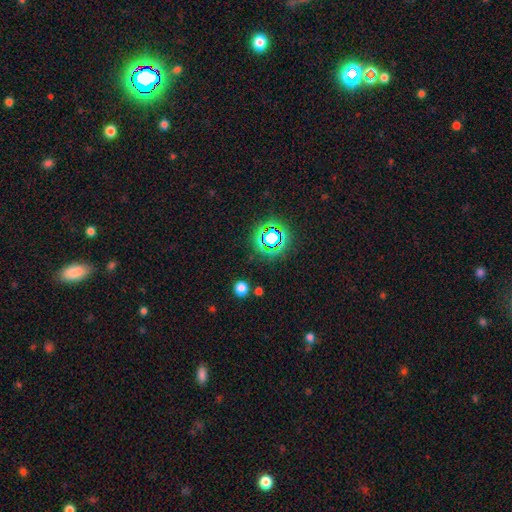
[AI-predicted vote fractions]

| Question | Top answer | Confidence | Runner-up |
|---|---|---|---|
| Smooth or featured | star or artifact | 72% | smooth (20%) |